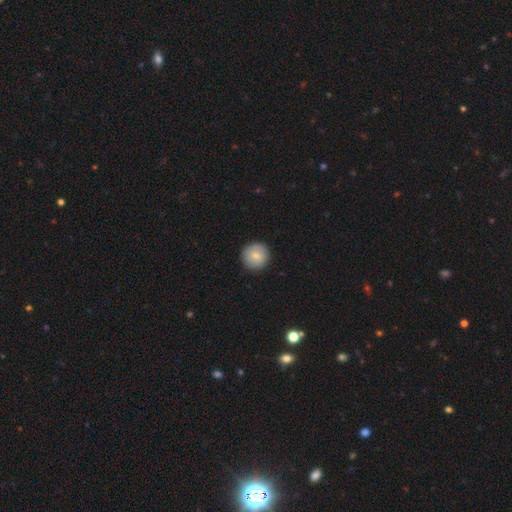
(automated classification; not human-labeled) The model was most divided on "smooth or featured": smooth: 81%, featured or disk: 12%, star or artifact: 8%. More confident: how rounded — round (95%); merging — none (91%).